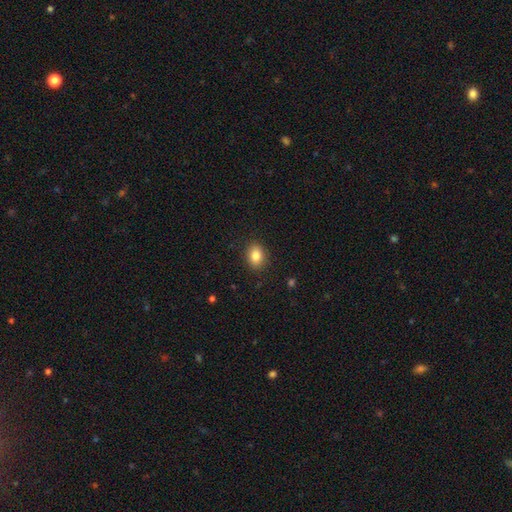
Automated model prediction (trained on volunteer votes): The model was most divided on "how rounded": in between: 62%, round: 37%, cigar-shaped: 1%. More confident: merging — none (88%); smooth or featured — smooth (85%).